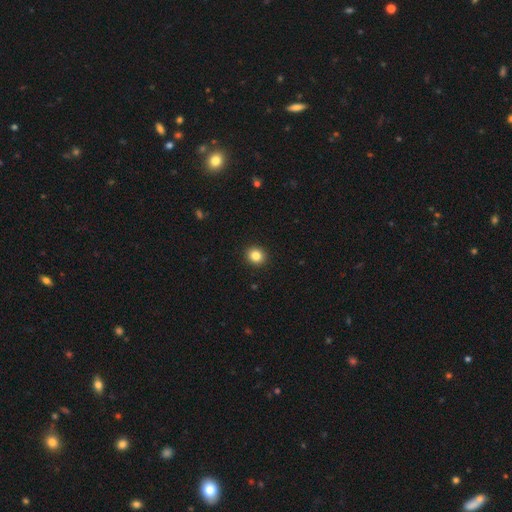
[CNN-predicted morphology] smooth 84%, star or artifact 11%, featured or disk 5%. Down the decision tree: how rounded — round (87%); merging — none (93%).